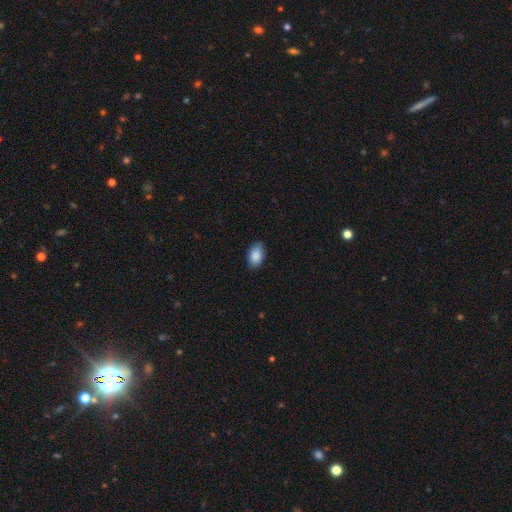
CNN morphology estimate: The model was most divided on "merging": none: 85%, minor disturbance: 12%, major disturbance: 2%, merger: 1%. More confident: how rounded — in between (91%); smooth or featured — smooth (89%).